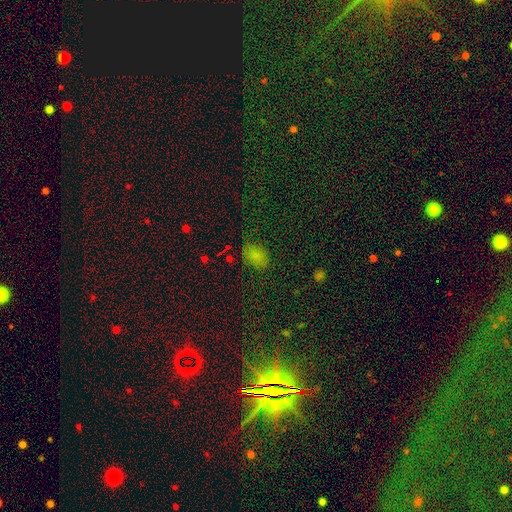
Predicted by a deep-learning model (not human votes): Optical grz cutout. It shows a smooth galaxy with no disk features (73%) that is in between round and cigar-shaped (81%). Merging: none (72%).